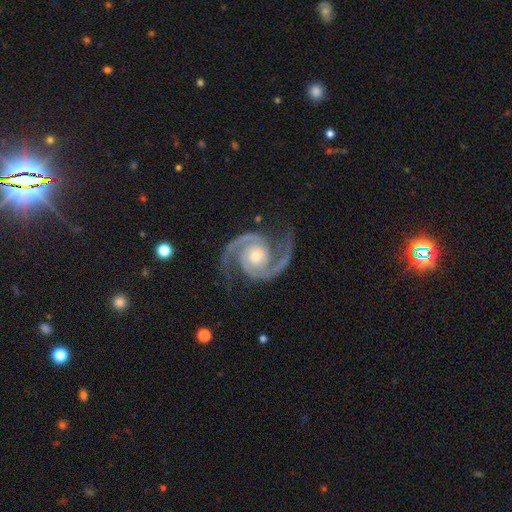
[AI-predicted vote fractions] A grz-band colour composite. It shows a featured or disk galaxy (95%) with no bar (70%), 2 (95%) medium (57%) spiral arms (99%) and a moderate central bulge (57%). Merging: none (82%).